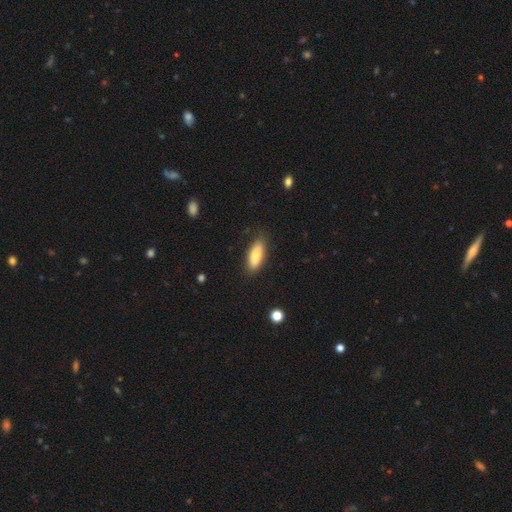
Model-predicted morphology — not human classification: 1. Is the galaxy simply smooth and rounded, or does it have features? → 73% smooth, 21% featured or disk, 6% star or artifact.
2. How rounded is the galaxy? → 78% in between, 20% cigar-shaped, 2% round.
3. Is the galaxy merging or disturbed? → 82% none, 14% minor disturbance, 3% major disturbance, 1% merger.